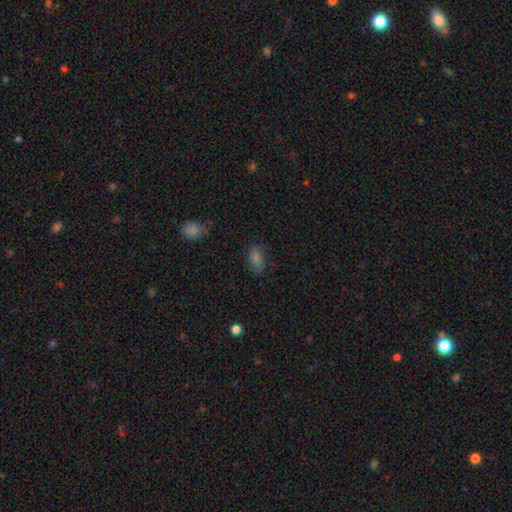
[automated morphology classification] Smooth or featured: smooth — 74% (star or artifact — 17%)
How rounded: in between — 87% (round — 9%)
Merging: none — 77% (minor disturbance — 17%)